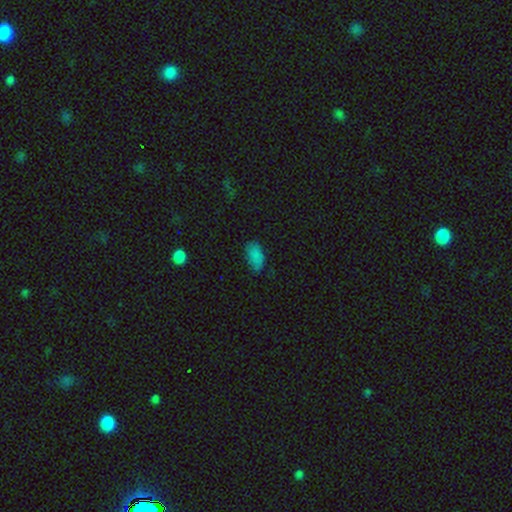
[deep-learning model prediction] This is clearly a smooth galaxy (82%). How rounded: clearly in between (94%). Merging: likely none (68%).